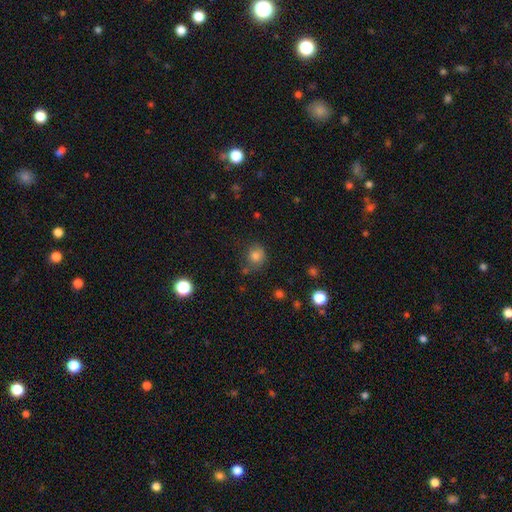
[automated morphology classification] Smooth or featured: smooth — 79% (star or artifact — 13%)
How rounded: round — 80% (in between — 19%)
Merging: none — 67% (minor disturbance — 20%)